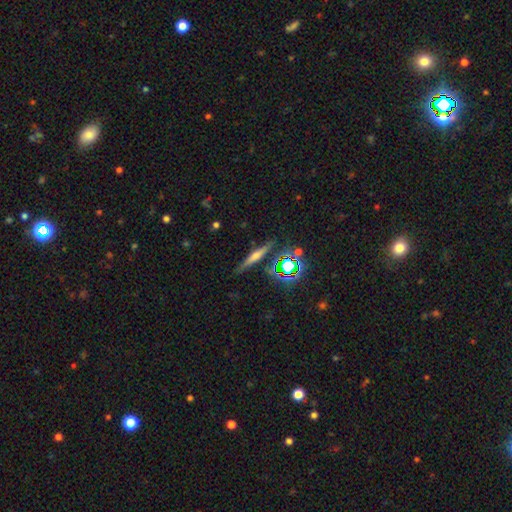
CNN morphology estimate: The model was most divided on "smooth or featured": featured or disk: 47%, smooth: 34%, star or artifact: 19%. More confident: merging — none (83%).